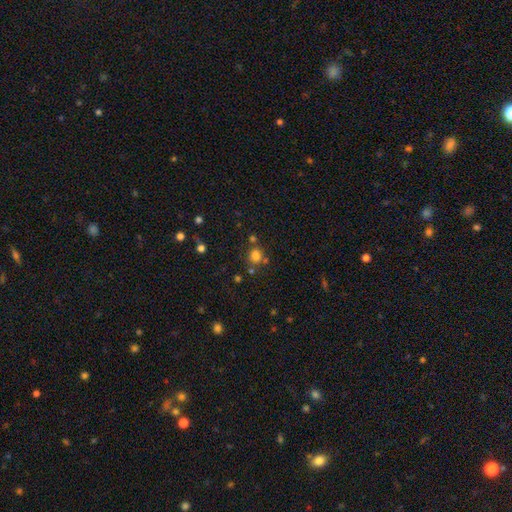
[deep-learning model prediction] Smooth or featured? Predicted: smooth (p=0.77). How rounded? Predicted: round (p=0.79). Merging? Predicted: none (p=0.70).